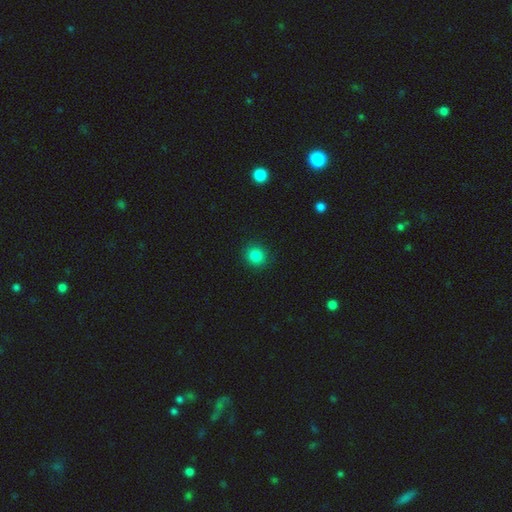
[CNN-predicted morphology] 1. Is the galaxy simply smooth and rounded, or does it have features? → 84% smooth, 12% star or artifact, 4% featured or disk.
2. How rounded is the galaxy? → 86% round, 13% in between, 1% cigar-shaped.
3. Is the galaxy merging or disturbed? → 91% none, 6% minor disturbance, 2% major disturbance, 1% merger.